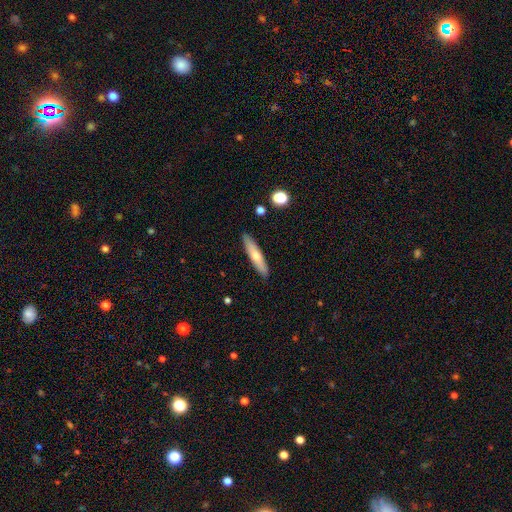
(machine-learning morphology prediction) Smooth or featured? Predicted: smooth (p=0.59). How rounded? Predicted: cigar-shaped (p=0.86). Merging? Predicted: none (p=0.90).